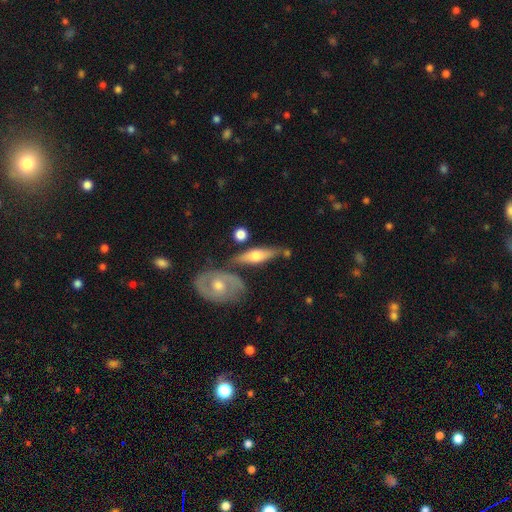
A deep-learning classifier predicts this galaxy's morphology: This appears to be a featured or disk galaxy (54%) viewed edge-on (79%). Merging: none (65%).